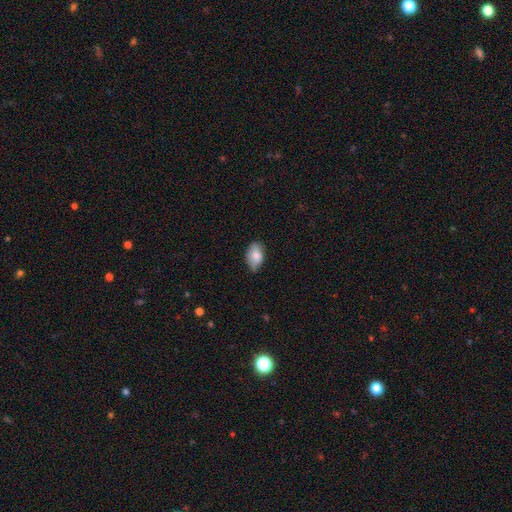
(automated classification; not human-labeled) Smooth or featured?
  - smooth: 80% *
  - featured or disk: 13%
  - star or artifact: 7%
How rounded?
  - in between: 92% *
  - round: 7%
  - cigar-shaped: 2%
Merging?
  - none: 63% *
  - minor disturbance: 31%
  - major disturbance: 4%
  - merger: 1%